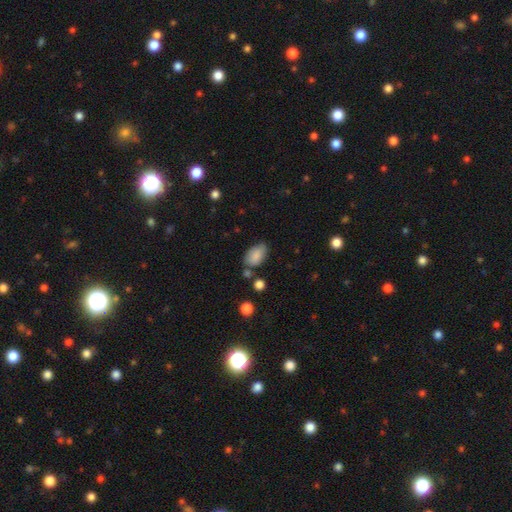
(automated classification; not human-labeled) Smooth or featured? Predicted: smooth (p=0.86). How rounded? Predicted: in between (p=0.92). Merging? Predicted: none (p=0.68).